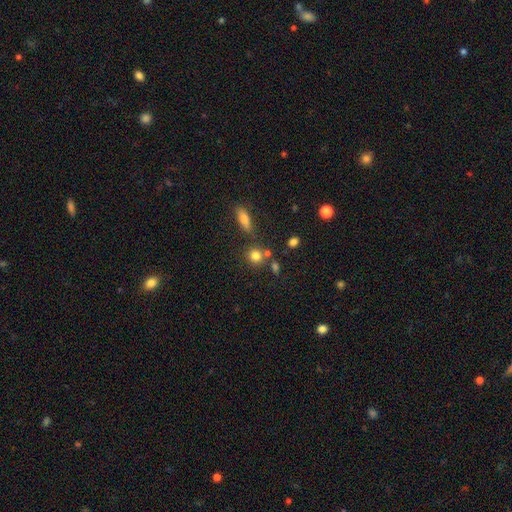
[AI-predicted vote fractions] This appears to be a smooth galaxy with no disk features (79%) that is round (82%). Merging: none (66%).